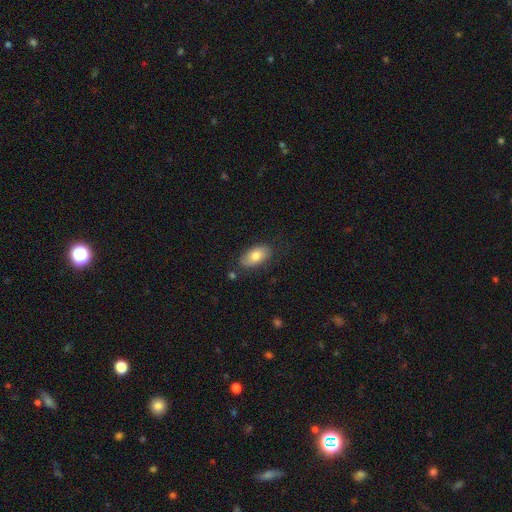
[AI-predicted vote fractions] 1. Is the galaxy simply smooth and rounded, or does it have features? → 78% smooth, 16% featured or disk, 7% star or artifact.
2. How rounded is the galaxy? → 93% in between, 4% round, 2% cigar-shaped.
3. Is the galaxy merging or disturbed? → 76% none, 18% minor disturbance, 4% major disturbance, 3% merger.